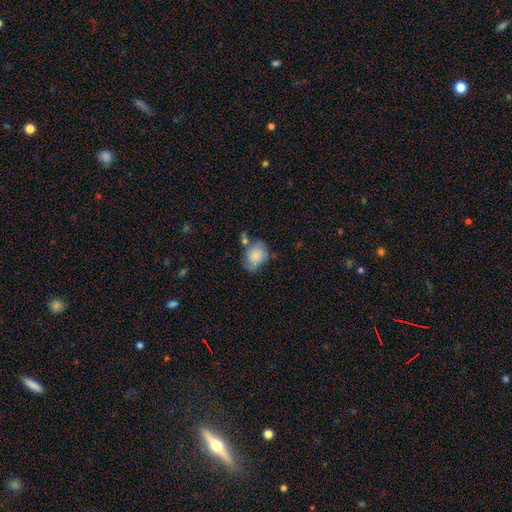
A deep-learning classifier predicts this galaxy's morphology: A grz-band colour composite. It shows a smooth galaxy with no disk features (73%) that is in between round and cigar-shaped (66%). Merging: none (46%).